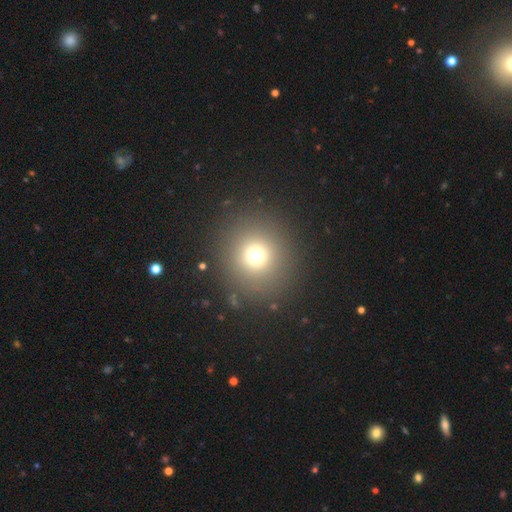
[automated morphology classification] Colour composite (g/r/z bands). It shows a smooth galaxy with no disk features (69%) that is round (92%). Merging: none (88%).